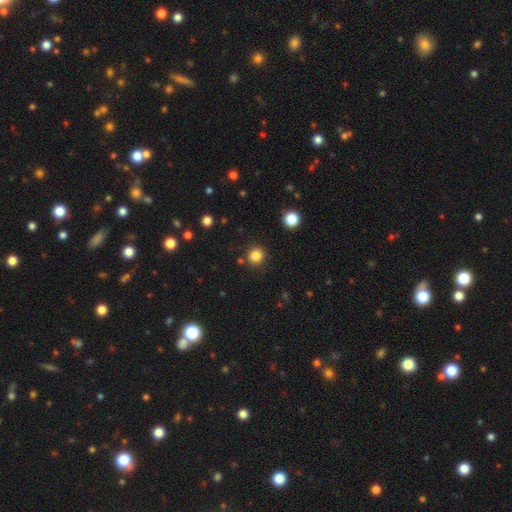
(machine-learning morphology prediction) This appears to be a smooth galaxy with no disk features (84%) that is round (92%). Merging: none (88%).